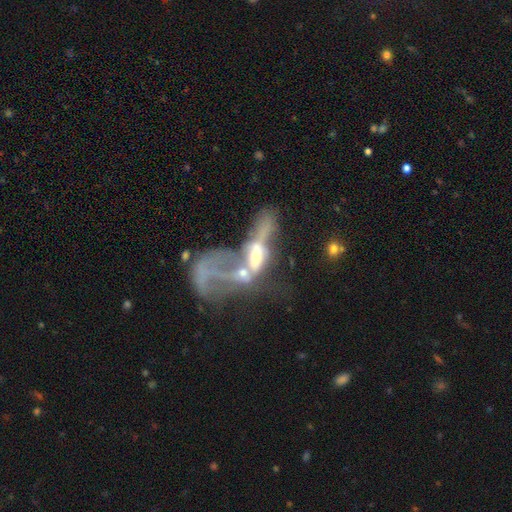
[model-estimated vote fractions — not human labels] A featured or disk galaxy (62%) with no bar (74%), no spiral arms (74%) and a moderate central bulge (37%).

Vote fractions:
- Smooth or featured? featured or disk: 62% / smooth: 22% / star or artifact: 16%
- Edge-on disk? no: 85% / yes: 15%
- Bar? no: 74% / weak: 17% / strong: 9%
- Spiral arms? no: 74% / yes: 26%
- Bulge size? moderate: 37% / none: 27% / small: 23% / large: 9% / dominant: 3%
- Merging? merger: 60% / major disturbance: 26% / none: 9% / minor disturbance: 5%